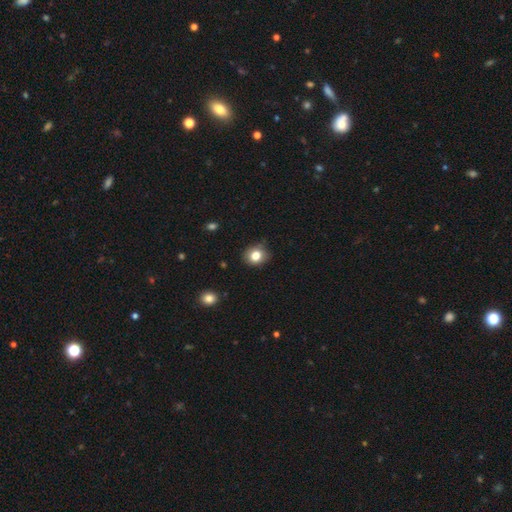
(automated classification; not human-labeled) Morphology: type=smooth (81%); roundness=round (71%); merging=none (79%).